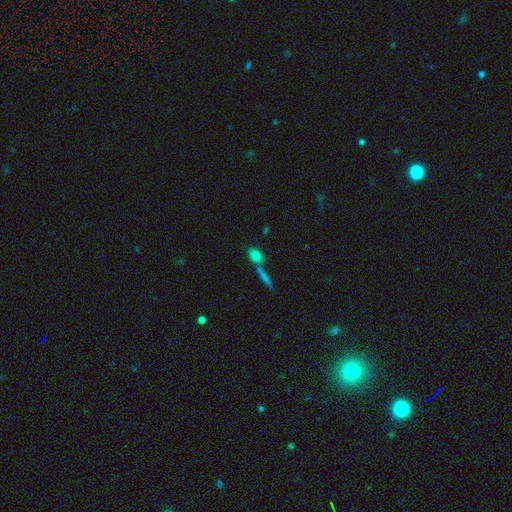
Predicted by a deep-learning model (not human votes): Smooth or featured?
  - smooth: 75% *
  - featured or disk: 14%
  - star or artifact: 11%
How rounded?
  - in between: 67% *
  - round: 20%
  - cigar-shaped: 14%
Merging?
  - none: 55% *
  - merger: 30%
  - minor disturbance: 11%
  - major disturbance: 4%